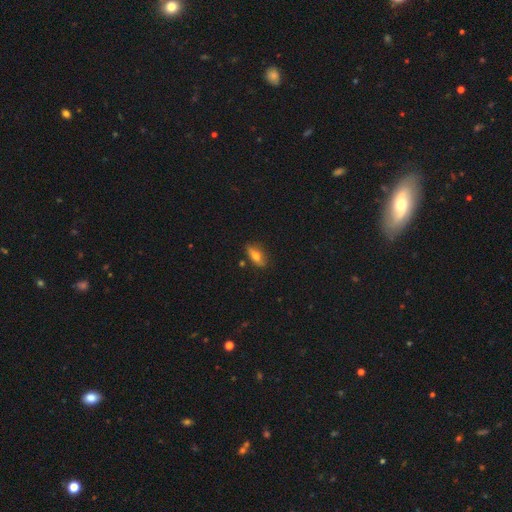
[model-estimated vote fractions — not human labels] Smooth or featured?
  - smooth: 70% *
  - featured or disk: 22%
  - star or artifact: 8%
How rounded?
  - in between: 71% *
  - cigar-shaped: 25%
  - round: 4%
Merging?
  - none: 81% *
  - minor disturbance: 14%
  - major disturbance: 3%
  - merger: 2%